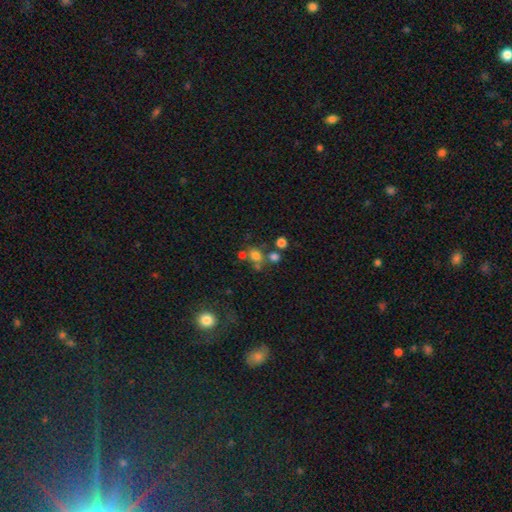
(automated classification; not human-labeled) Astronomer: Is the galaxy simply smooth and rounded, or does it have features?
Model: smooth — 68%.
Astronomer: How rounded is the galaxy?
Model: round — 74%.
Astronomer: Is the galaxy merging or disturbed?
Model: none — 56%.